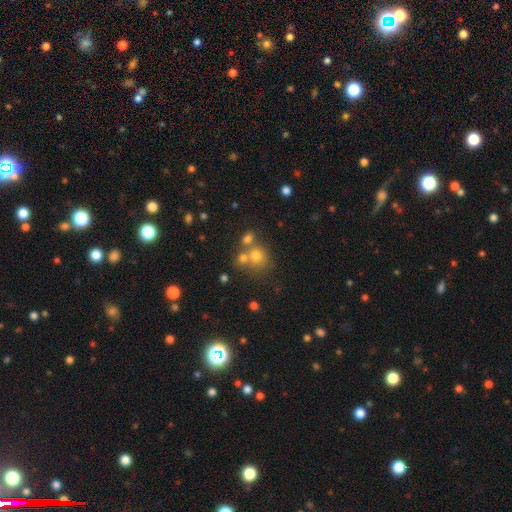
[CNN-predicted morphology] A smooth galaxy with no disk features (71%) that is round (81%). Merging: none (50%).